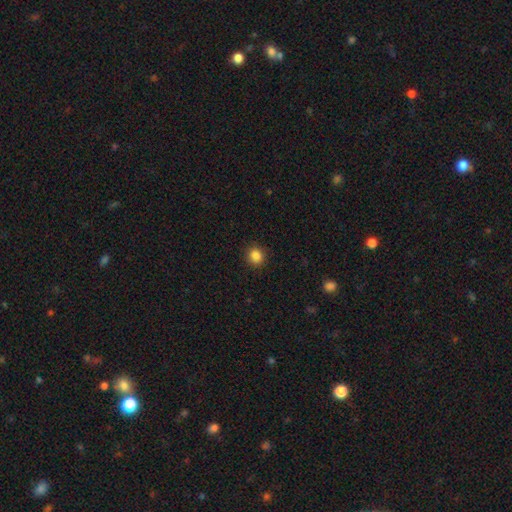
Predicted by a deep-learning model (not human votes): Overall: smooth (86%). How rounded: round (83%). Merging: none (91%).